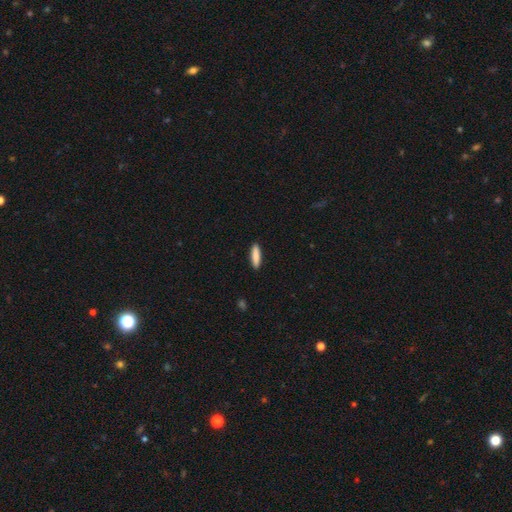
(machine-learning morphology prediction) Smooth or featured: smooth — 87% (featured or disk — 7%)
How rounded: cigar-shaped — 73% (in between — 26%)
Merging: none — 91% (minor disturbance — 6%)